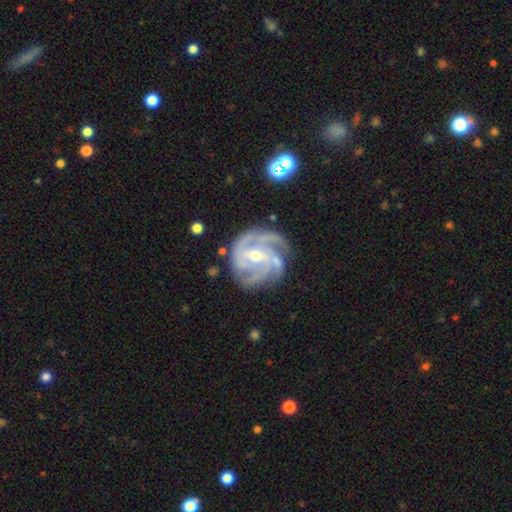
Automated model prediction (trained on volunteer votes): Q: Smooth or featured?
A: featured or disk (90%); runner-up: star or artifact (5%)
Q: Edge-on disk?
A: no (98%); runner-up: yes (2%)
Q: Bar?
A: weak (44%); runner-up: no (34%)
Q: Spiral arms?
A: yes (98%); runner-up: no (2%)
Q: Spiral winding?
A: tight (56%); runner-up: medium (37%)
Q: Spiral arm count?
A: 3 (37%); runner-up: 4 (32%)
Q: Bulge size?
A: small (49%); runner-up: moderate (47%)
Q: Merging?
A: none (72%); runner-up: minor disturbance (17%)